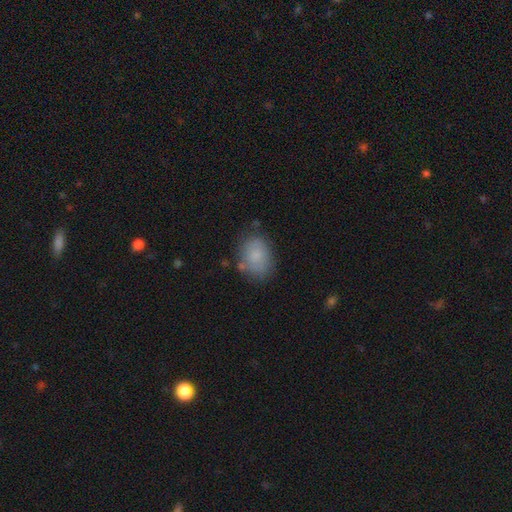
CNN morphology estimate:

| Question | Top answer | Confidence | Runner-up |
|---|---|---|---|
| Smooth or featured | smooth | 80% | featured or disk (12%) |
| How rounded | in between | 73% | round (26%) |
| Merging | none | 71% | minor disturbance (19%) |